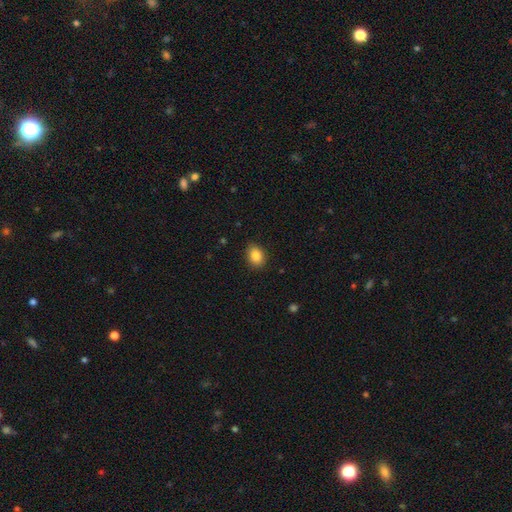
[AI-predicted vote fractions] This appears to be a smooth galaxy with no disk features (86%) that is in between round and cigar-shaped (65%). Merging: none (88%).